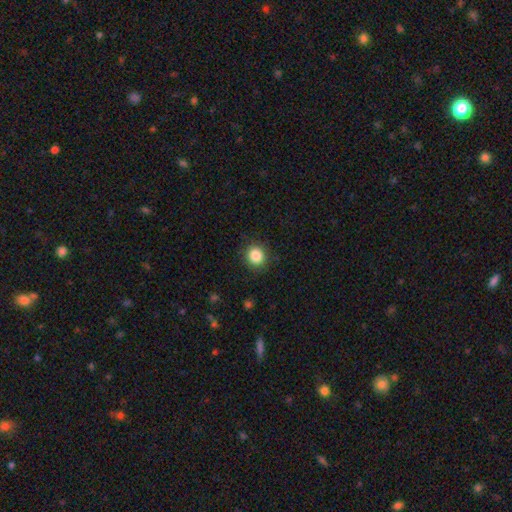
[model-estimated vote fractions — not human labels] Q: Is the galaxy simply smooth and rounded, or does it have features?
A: smooth — 85%.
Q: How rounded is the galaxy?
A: round — 90%.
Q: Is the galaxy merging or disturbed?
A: none — 89%.